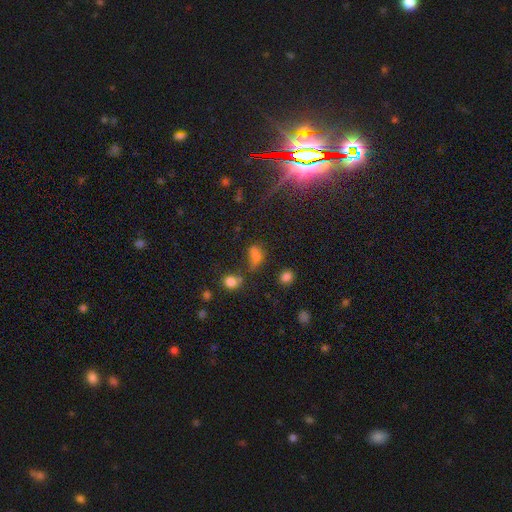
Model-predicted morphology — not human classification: This appears to be a smooth galaxy with no disk features (55%) that is in between round and cigar-shaped (72%). Merging: none (49%).